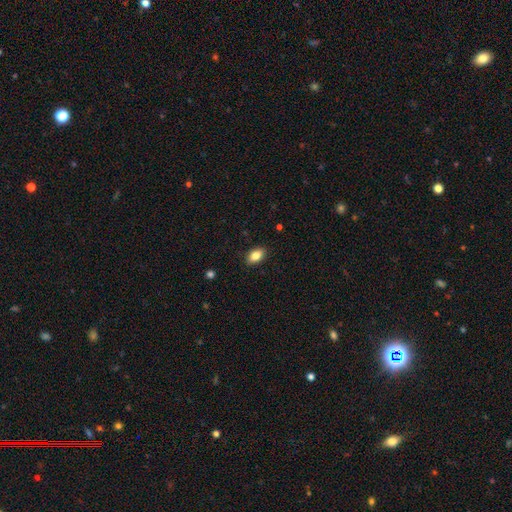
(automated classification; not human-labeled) Overall: smooth (83%). How rounded: in between (89%). Merging: none (88%).